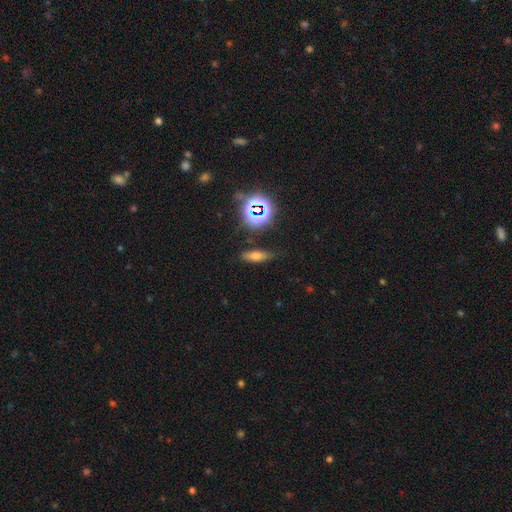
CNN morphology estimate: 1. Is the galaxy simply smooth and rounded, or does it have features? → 62% smooth, 21% star or artifact, 17% featured or disk.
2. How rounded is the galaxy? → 51% in between, 41% cigar-shaped, 7% round.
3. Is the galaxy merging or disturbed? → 79% none, 14% minor disturbance, 4% major disturbance, 3% merger.